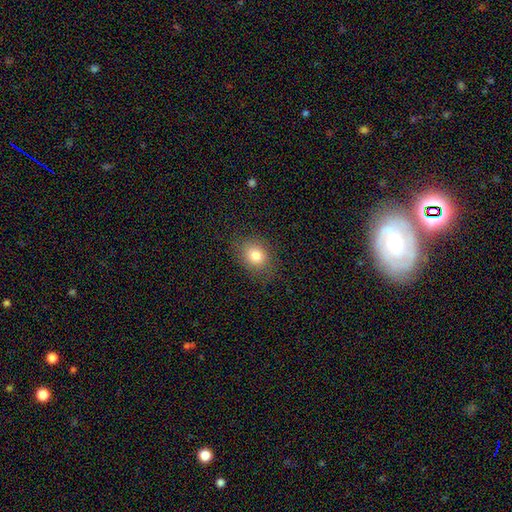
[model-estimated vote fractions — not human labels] Morphology: type=smooth (80%); roundness=round (51%); merging=none (82%).